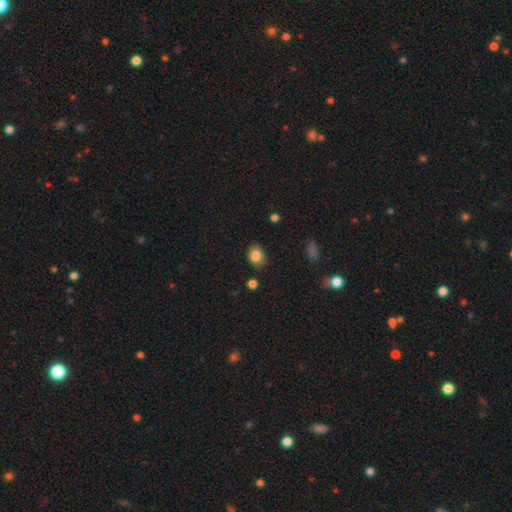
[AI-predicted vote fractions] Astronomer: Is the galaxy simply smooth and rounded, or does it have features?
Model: smooth — 84%.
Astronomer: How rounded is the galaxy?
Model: in between — 65%.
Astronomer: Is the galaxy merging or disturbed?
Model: none — 79%.